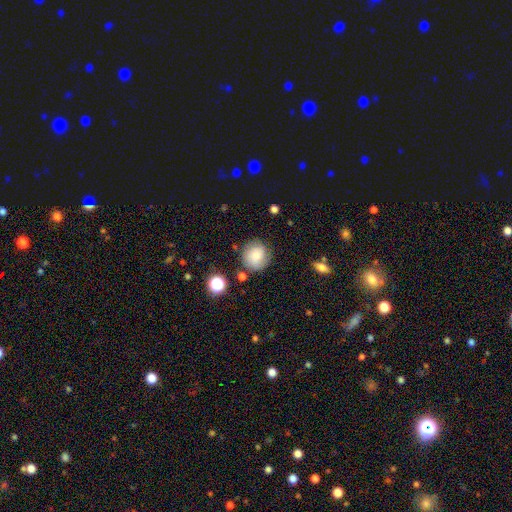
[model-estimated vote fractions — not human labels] Q: Smooth or featured?
A: smooth (69%); runner-up: featured or disk (21%)
Q: How rounded?
A: round (88%); runner-up: in between (11%)
Q: Merging?
A: none (75%); runner-up: minor disturbance (16%)